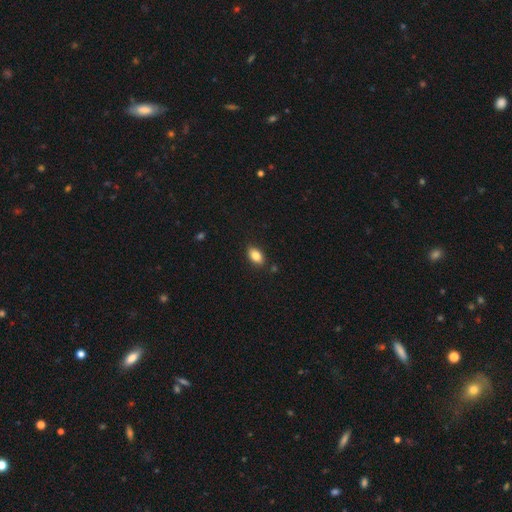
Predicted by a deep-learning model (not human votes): This is clearly a smooth galaxy (84%). How rounded: clearly in between (90%). Merging: clearly none (87%).